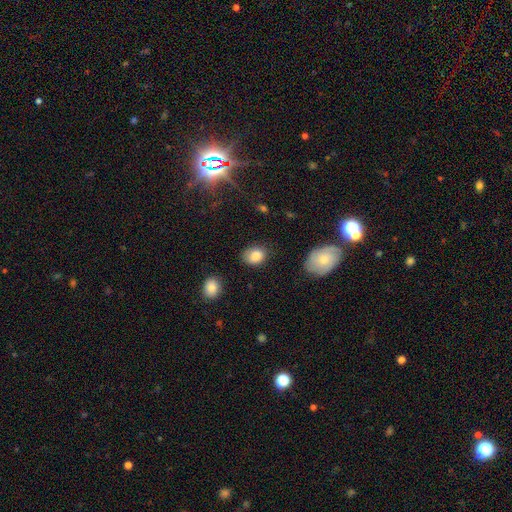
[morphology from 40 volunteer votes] Smooth or featured? 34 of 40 (85%) said smooth. How rounded? 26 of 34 (76%) said in between. Merging? 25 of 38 (66%) said none.